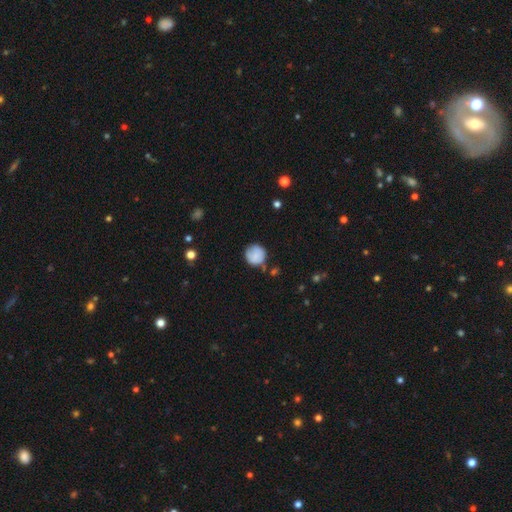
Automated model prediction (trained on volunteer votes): Morphology: type=smooth (81%); roundness=round (91%); merging=none (66%).